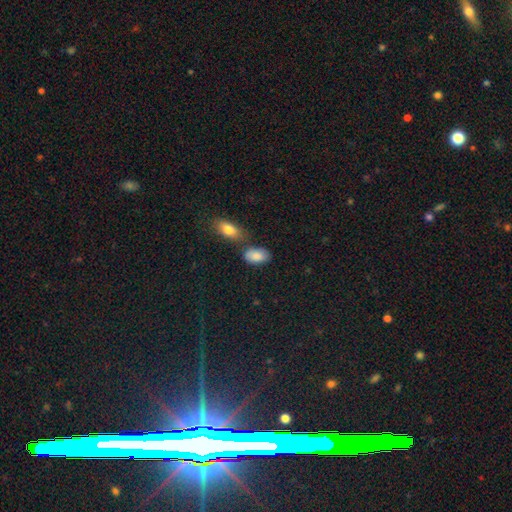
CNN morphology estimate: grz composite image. It shows a smooth galaxy with no disk features (85%) that is in between round and cigar-shaped (93%). Merging: none (62%).